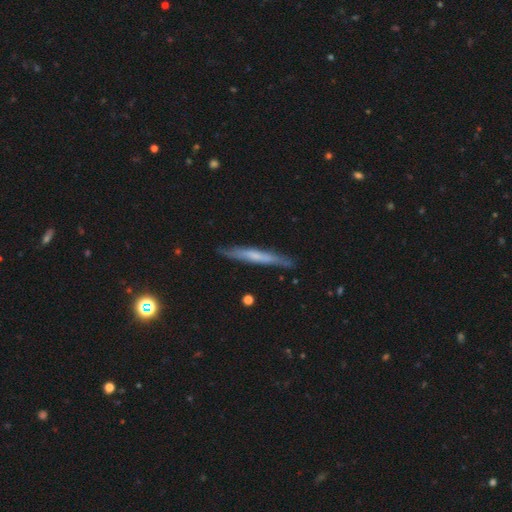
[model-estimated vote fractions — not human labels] A featured or disk galaxy (52%) viewed edge-on (91%).

Vote fractions:
- Smooth or featured? featured or disk: 52% / smooth: 42% / star or artifact: 6%
- Edge-on disk? yes: 91% / no: 9%
- Merging? none: 85% / minor disturbance: 12% / major disturbance: 2% / merger: 1%